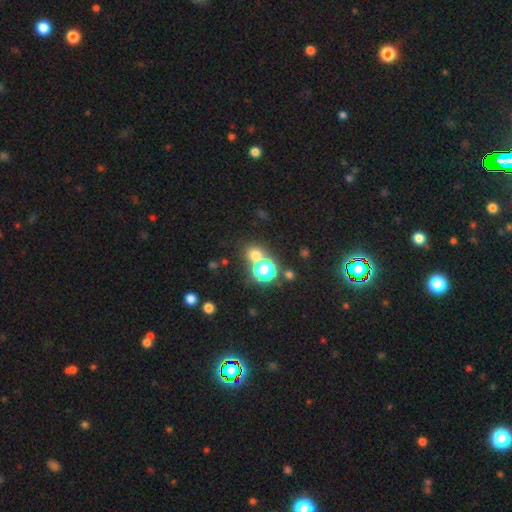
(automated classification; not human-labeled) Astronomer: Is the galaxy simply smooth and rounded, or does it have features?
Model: smooth — 64%.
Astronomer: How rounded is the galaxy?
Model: round — 85%.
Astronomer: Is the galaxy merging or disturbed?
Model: none — 65%.